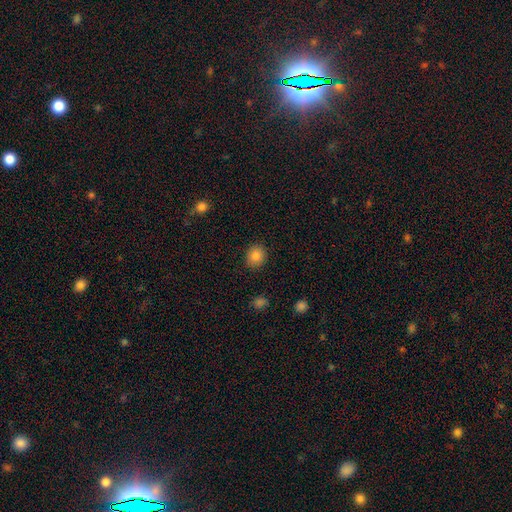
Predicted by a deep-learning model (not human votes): The model was most divided on "how rounded": round: 80%, in between: 19%, cigar-shaped: 1%. More confident: merging — none (89%); smooth or featured — smooth (85%).